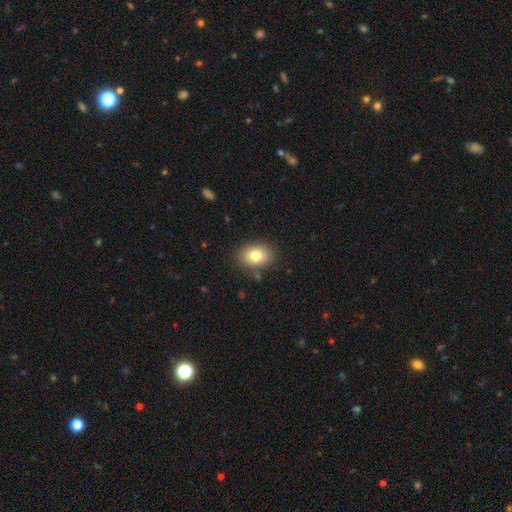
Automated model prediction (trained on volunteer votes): The model was most divided on "how rounded": in between: 75%, round: 24%, cigar-shaped: 1%. More confident: merging — none (85%); smooth or featured — smooth (79%).